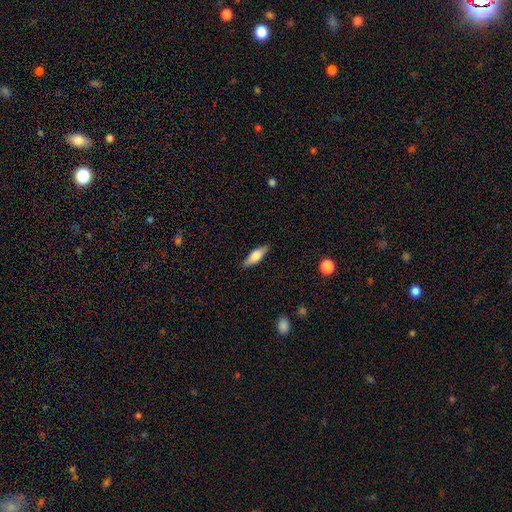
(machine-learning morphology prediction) type=smooth (59%); roundness=cigar-shaped (50%); merging=none (87%).